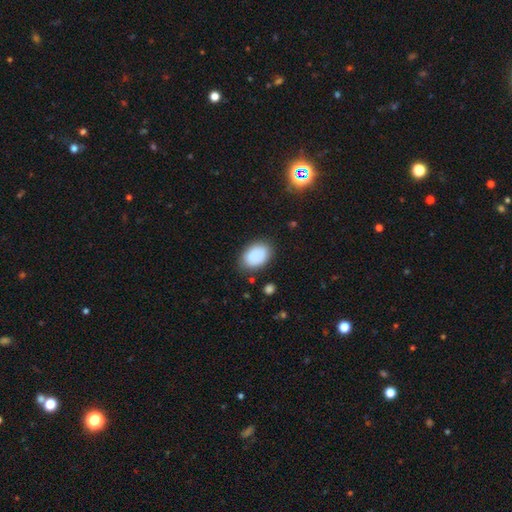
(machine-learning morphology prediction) smooth 85%, featured or disk 8%, star or artifact 7%. Down the decision tree: how rounded — in between (82%); merging — none (80%).